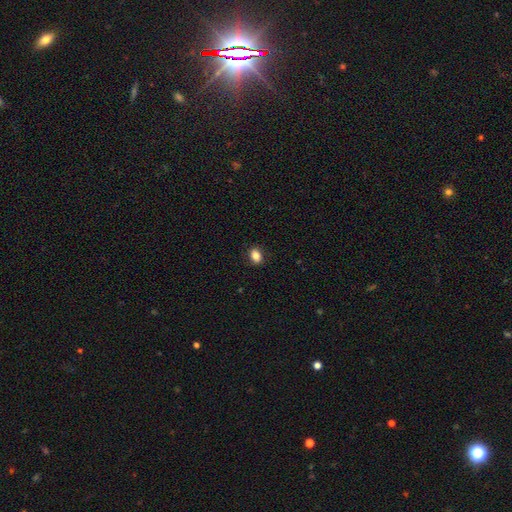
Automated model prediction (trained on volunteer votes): Smooth or featured?
  - smooth: 85% *
  - star or artifact: 9%
  - featured or disk: 5%
How rounded?
  - in between: 74% *
  - round: 25%
  - cigar-shaped: 2%
Merging?
  - none: 87% *
  - minor disturbance: 10%
  - major disturbance: 2%
  - merger: 1%